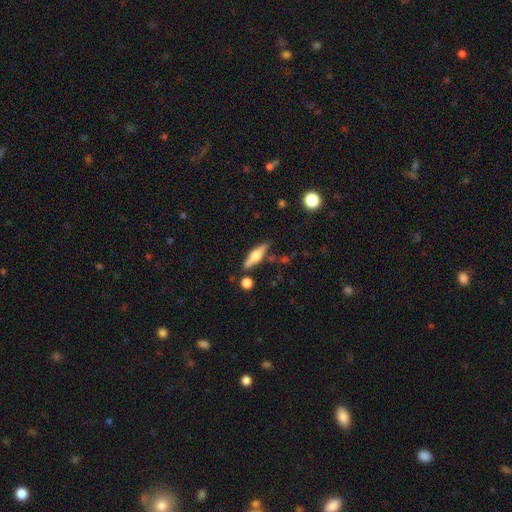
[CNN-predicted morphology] A featured or disk galaxy (56%) viewed edge-on (93%) with a rounded central bulge (92%).

Vote fractions:
- Smooth or featured? featured or disk: 56% / smooth: 37% / star or artifact: 6%
- Edge-on disk? yes: 93% / no: 7%
- Edge-on bulge? rounded: 92% / boxy: 6% / none: 2%
- Merging? none: 79% / minor disturbance: 12% / merger: 6% / major disturbance: 3%